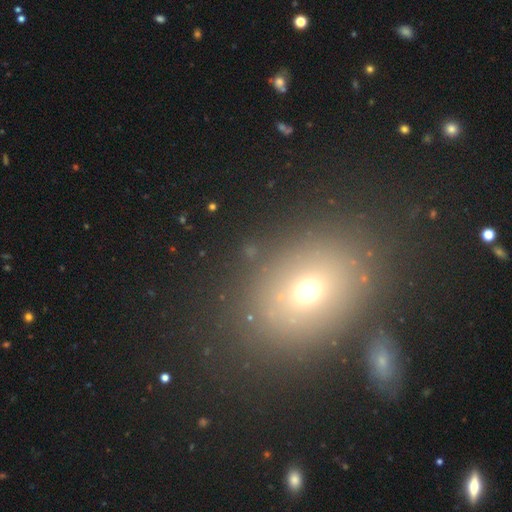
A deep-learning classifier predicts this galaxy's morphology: Smooth or featured? Predicted: smooth (p=0.62). How rounded? Predicted: in between (p=0.52). Merging? Predicted: none (p=0.78).